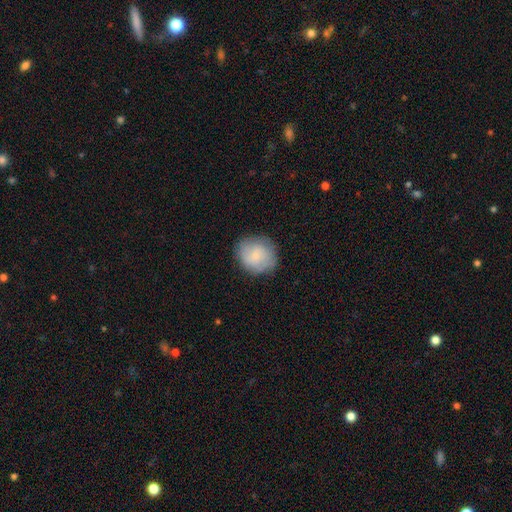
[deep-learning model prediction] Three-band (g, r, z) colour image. It shows a smooth galaxy with no disk features (77%) that is round (80%). Merging: none (79%).